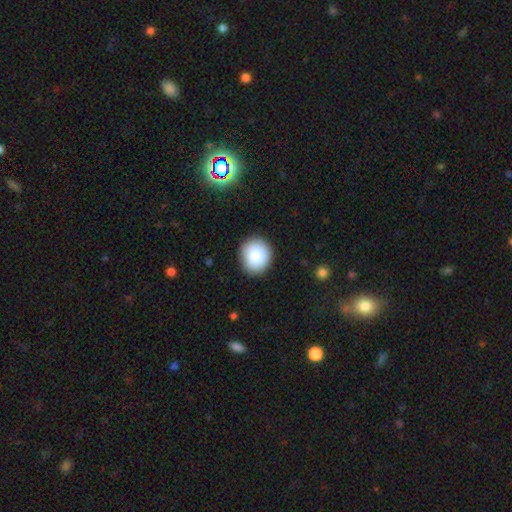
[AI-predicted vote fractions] A smooth galaxy with no disk features (85%) that is round (79%). Merging: none (87%).